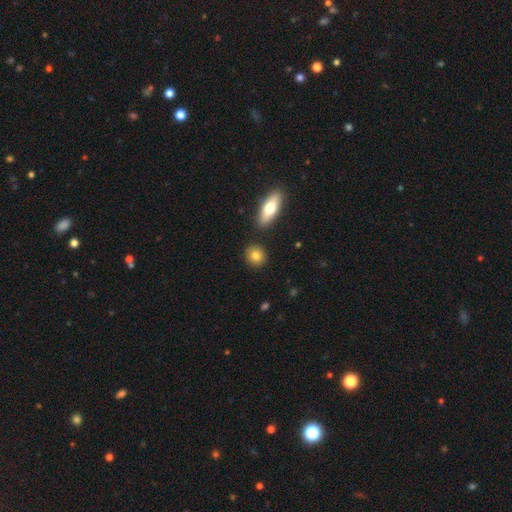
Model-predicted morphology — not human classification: smooth_or_featured: smooth (p=0.81) [alt: featured or disk p=0.11]
how_rounded: round (p=0.77) [alt: in between p=0.21]
merging: none (p=0.86) [alt: minor disturbance p=0.07]